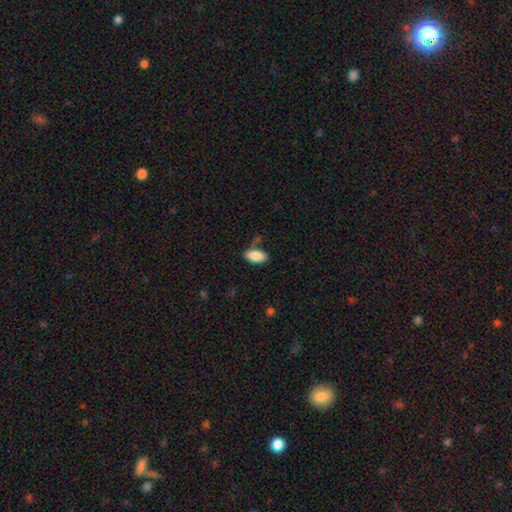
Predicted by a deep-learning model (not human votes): smooth 87%, star or artifact 7%, featured or disk 6%. Down the decision tree: how rounded — in between (90%); merging — none (70%).